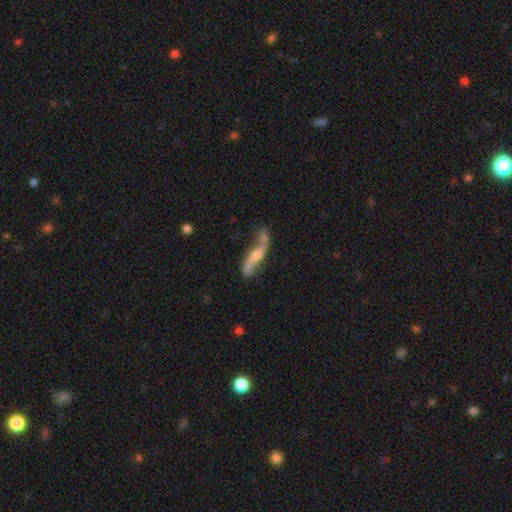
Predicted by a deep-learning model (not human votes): Smooth or featured? Predicted: featured or disk (p=0.64). Edge-on disk? Predicted: no (p=0.64). Merging? Predicted: none (p=0.52).